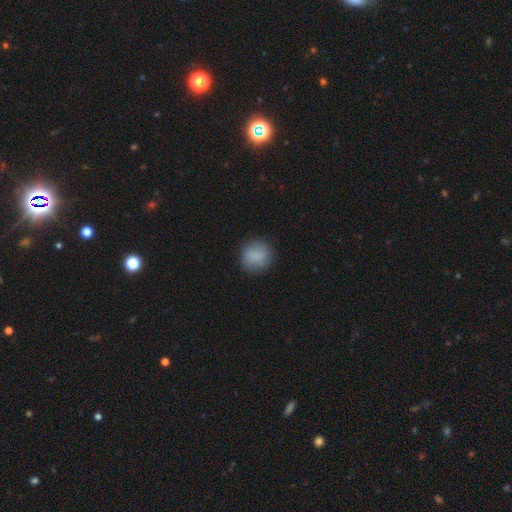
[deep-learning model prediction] Smooth or featured?
  - smooth: 85% *
  - featured or disk: 8%
  - star or artifact: 7%
How rounded?
  - round: 87% *
  - in between: 12%
  - cigar-shaped: 1%
Merging?
  - none: 84% *
  - minor disturbance: 11%
  - major disturbance: 3%
  - merger: 1%